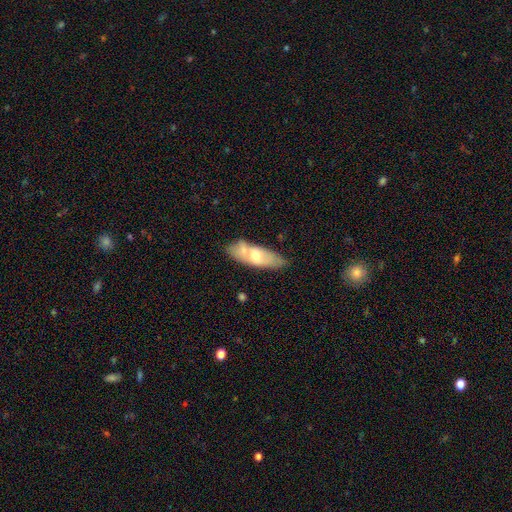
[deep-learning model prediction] Smooth or featured? smooth (55%)
How rounded? in between (64%)
Merging? none (50%)